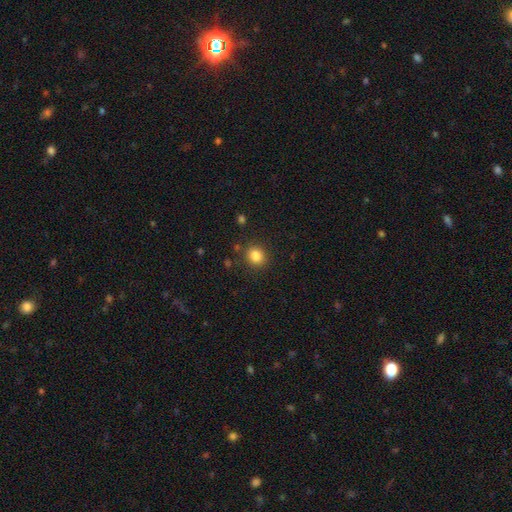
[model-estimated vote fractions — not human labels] A smooth galaxy with no disk features (84%) that is round (74%). Merging: none (86%).